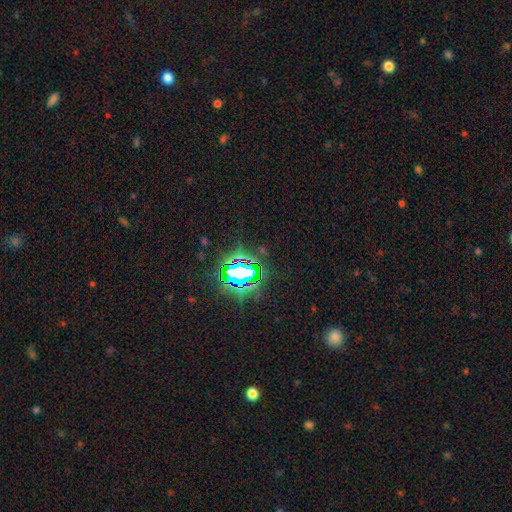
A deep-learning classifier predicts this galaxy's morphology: Overall: star or artifact (82%).